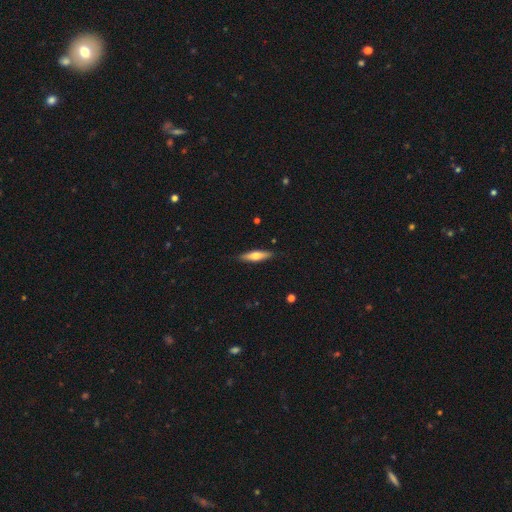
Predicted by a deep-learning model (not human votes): A smooth galaxy with no disk features (51%) that is cigar-shaped (70%).

Vote fractions:
- Smooth or featured? smooth: 51% / featured or disk: 44% / star or artifact: 6%
- How rounded? cigar-shaped: 70% / in between: 28% / round: 2%
- Merging? none: 89% / minor disturbance: 9% / major disturbance: 2% / merger: 1%